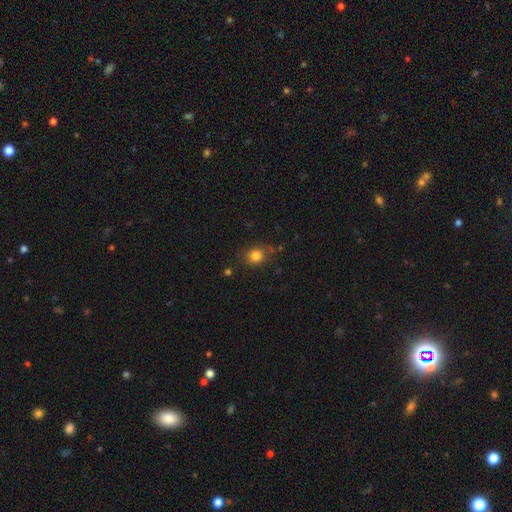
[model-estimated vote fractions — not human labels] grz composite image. It shows a smooth galaxy with no disk features (81%) that is round (69%). Merging: none (75%).